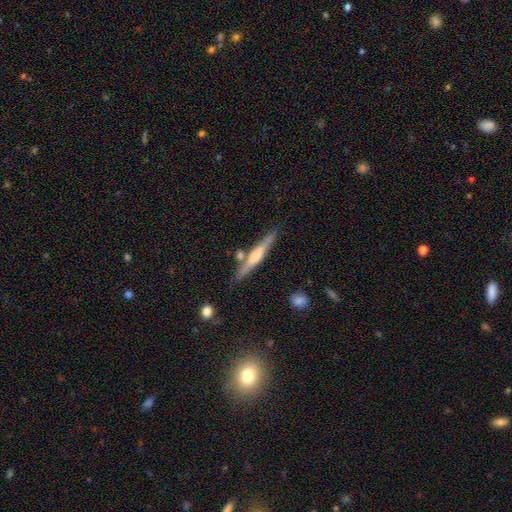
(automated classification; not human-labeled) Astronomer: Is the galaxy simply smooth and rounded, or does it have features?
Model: featured or disk — 57% (runner-up: smooth, 37%).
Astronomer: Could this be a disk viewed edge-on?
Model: yes — 97%.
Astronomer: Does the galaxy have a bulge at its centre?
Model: rounded — 58%.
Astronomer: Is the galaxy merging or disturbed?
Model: none — 78%.